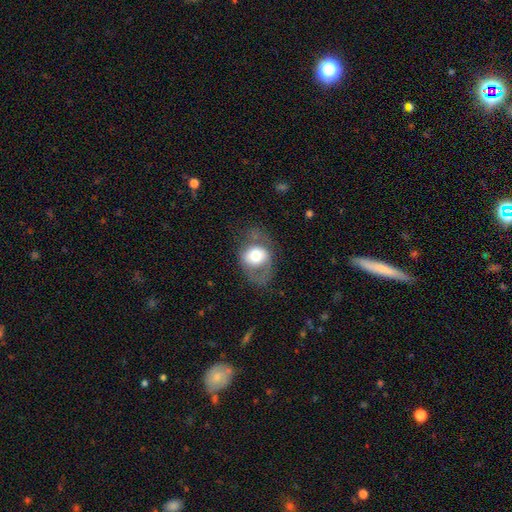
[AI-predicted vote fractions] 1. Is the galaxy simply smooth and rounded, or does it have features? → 55% smooth, 37% featured or disk, 7% star or artifact.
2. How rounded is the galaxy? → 52% in between, 47% round, 1% cigar-shaped.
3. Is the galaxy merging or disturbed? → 48% none, 27% major disturbance, 24% minor disturbance, 2% merger.